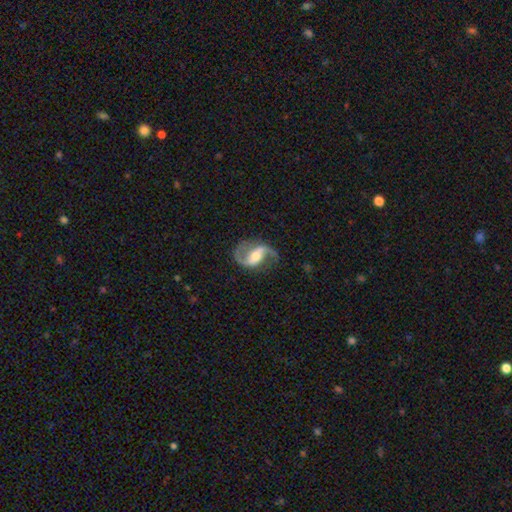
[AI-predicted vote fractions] Q: Smooth or featured?
A: featured or disk (89%); runner-up: smooth (6%)
Q: Edge-on disk?
A: no (97%); runner-up: yes (3%)
Q: Bar?
A: weak (40%); runner-up: strong (37%)
Q: Spiral arms?
A: yes (96%); runner-up: no (4%)
Q: Spiral winding?
A: loose (53%); runner-up: medium (39%)
Q: Spiral arm count?
A: 2 (93%); runner-up: 1 (2%)
Q: Bulge size?
A: moderate (61%); runner-up: small (23%)
Q: Merging?
A: none (77%); runner-up: minor disturbance (14%)